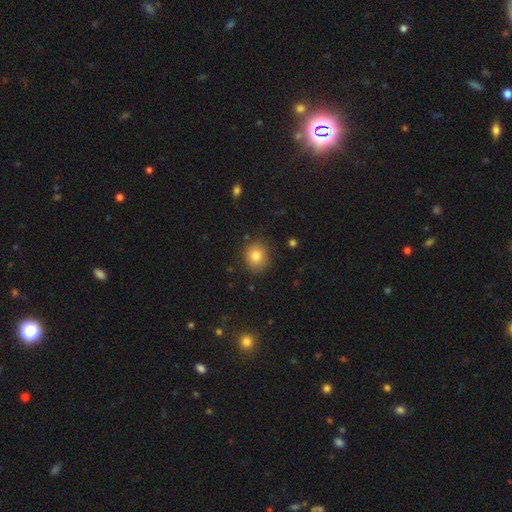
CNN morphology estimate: This is clearly a smooth galaxy (81%). How rounded: likely round (79%). Merging: clearly none (86%).